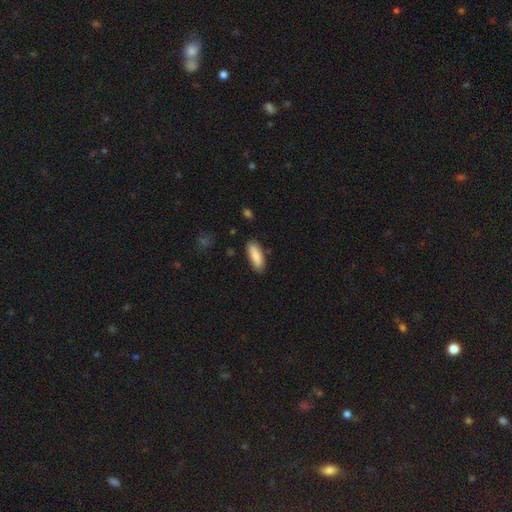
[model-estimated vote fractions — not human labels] Smooth or featured: smooth — 83% (featured or disk — 11%)
How rounded: in between — 67% (cigar-shaped — 31%)
Merging: none — 84% (minor disturbance — 12%)